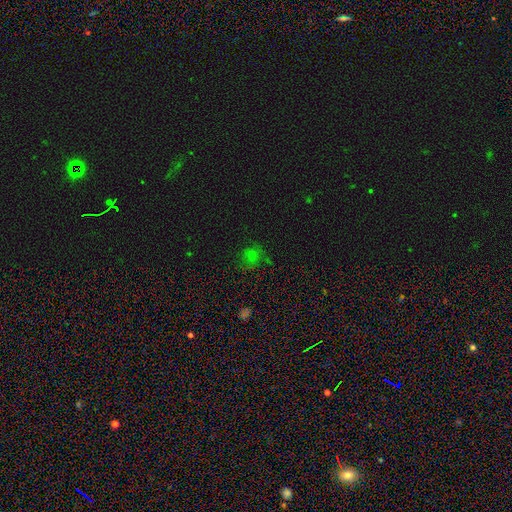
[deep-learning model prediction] smooth_or_featured: smooth (p=0.50) [alt: star or artifact p=0.37]
merging: none (p=0.67) [alt: minor disturbance p=0.19]